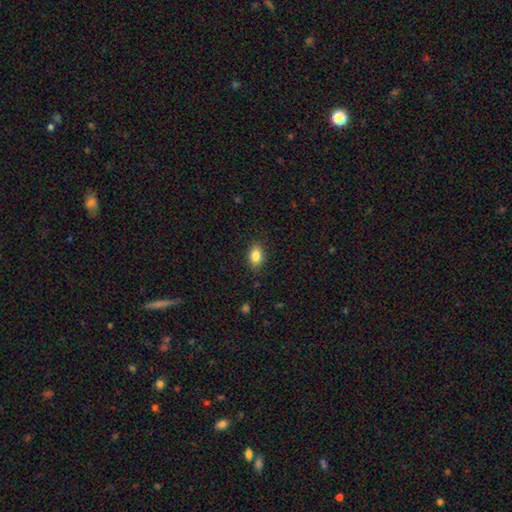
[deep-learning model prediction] Smooth or featured?
  - smooth: 84% *
  - star or artifact: 8%
  - featured or disk: 7%
How rounded?
  - in between: 87% *
  - round: 11%
  - cigar-shaped: 2%
Merging?
  - none: 86% *
  - minor disturbance: 10%
  - major disturbance: 2%
  - merger: 1%